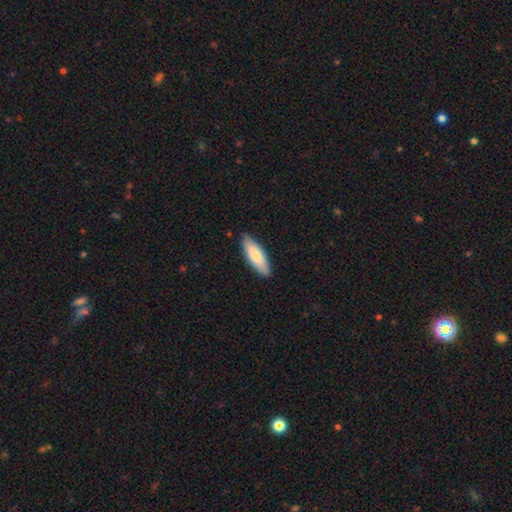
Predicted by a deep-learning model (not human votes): Smooth or featured?
  - smooth: 80% *
  - featured or disk: 15%
  - star or artifact: 5%
How rounded?
  - in between: 56% *
  - cigar-shaped: 43%
  - round: 1%
Merging?
  - none: 86% *
  - minor disturbance: 11%
  - major disturbance: 2%
  - merger: 1%